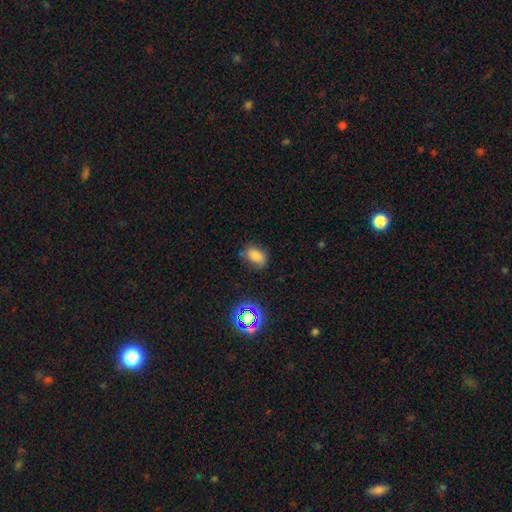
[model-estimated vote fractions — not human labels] Q: Smooth or featured?
A: smooth (78%); runner-up: star or artifact (15%)
Q: How rounded?
A: in between (83%); runner-up: round (15%)
Q: Merging?
A: none (63%); runner-up: minor disturbance (26%)